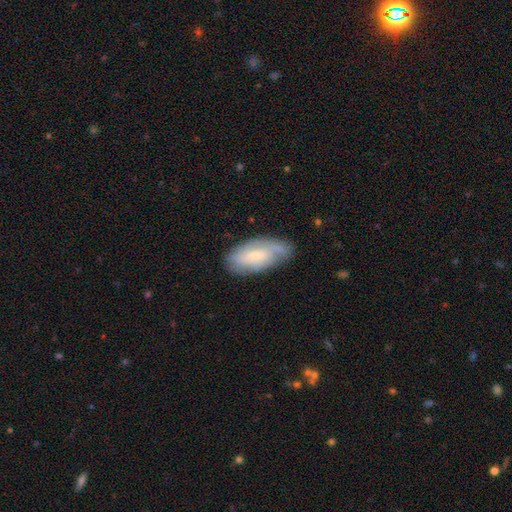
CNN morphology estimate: Overall: featured or disk (49%; smooth 44%). Merging: none (67%).